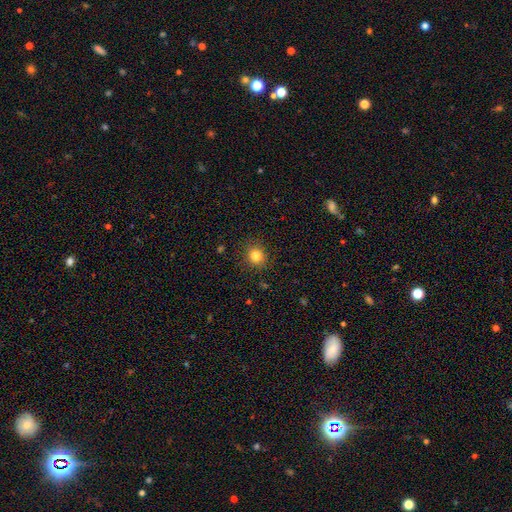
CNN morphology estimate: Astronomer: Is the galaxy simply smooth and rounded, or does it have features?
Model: smooth — 83%.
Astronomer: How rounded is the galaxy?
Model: round — 81%.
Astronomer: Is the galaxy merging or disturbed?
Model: none — 87%.